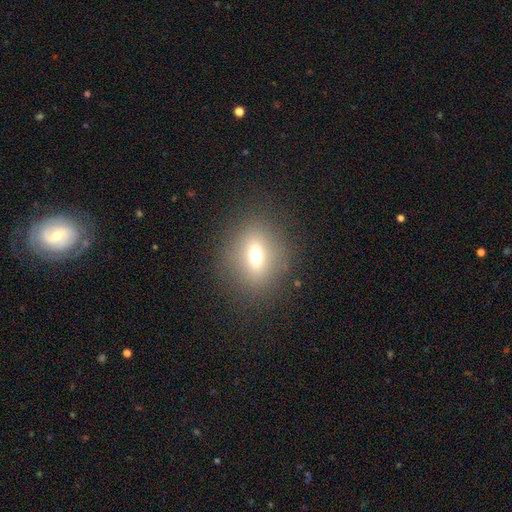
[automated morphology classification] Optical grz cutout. It shows a smooth galaxy with no disk features (62%) that is round (54%). Merging: none (84%).